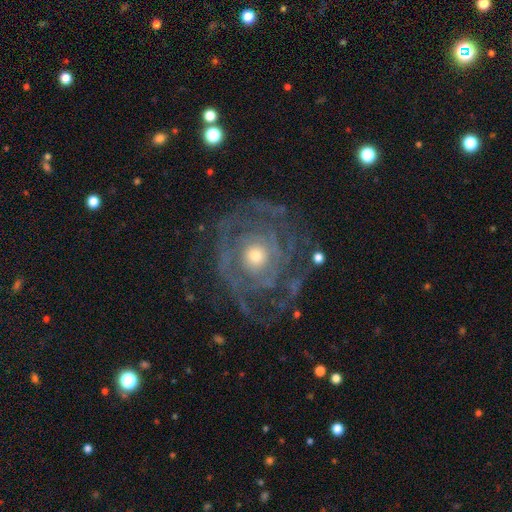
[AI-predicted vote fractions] Morphology: type=featured or disk (82%); edge-on=no (97%); bar=no (85%); spiral arms=yes (78%); winding=tight (66%); arm count=can't tell (46%); bulge=moderate (48%); merging=none (63%).